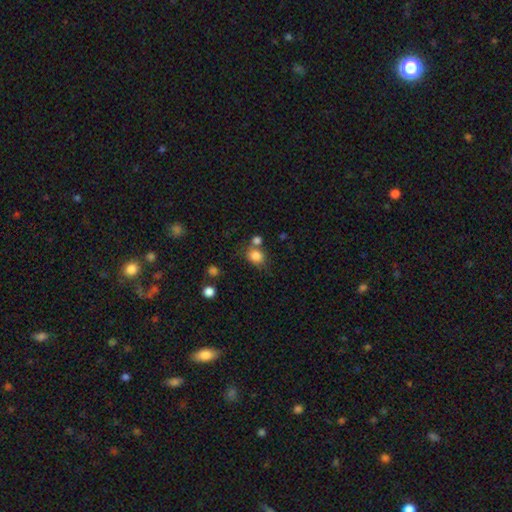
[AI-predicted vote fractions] smooth 83%, star or artifact 10%, featured or disk 7%. Down the decision tree: how rounded — round (58%); merging — none (57%).